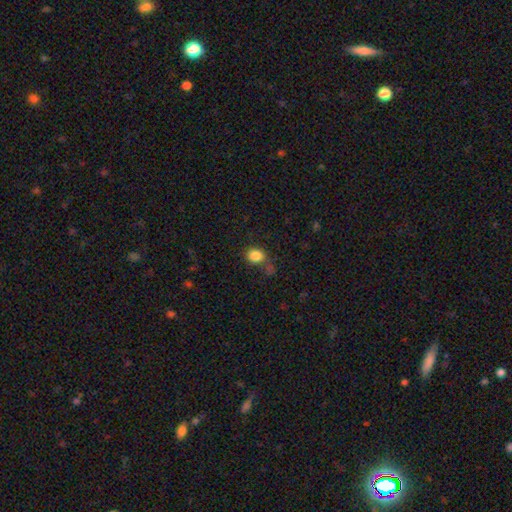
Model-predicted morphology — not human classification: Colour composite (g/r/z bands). It shows a smooth galaxy with no disk features (84%) that is round (68%). Merging: none (70%).